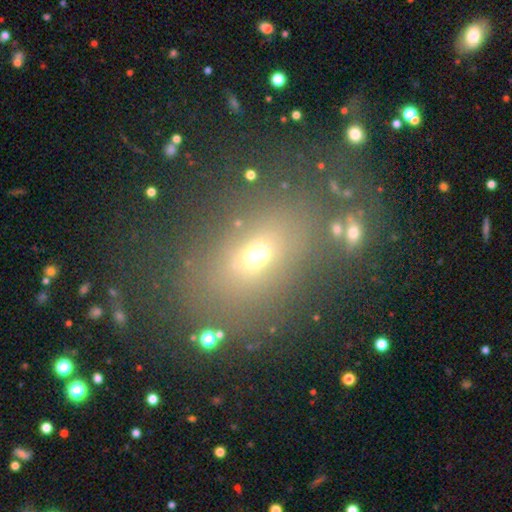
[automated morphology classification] Smooth or featured? smooth (56%)
How rounded? in between (62%)
Merging? none (70%)